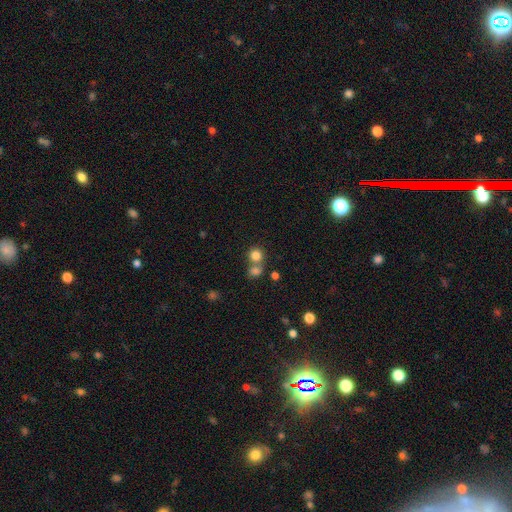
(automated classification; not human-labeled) Smooth or featured?
  - smooth: 81% *
  - star or artifact: 12%
  - featured or disk: 7%
How rounded?
  - round: 88% *
  - in between: 11%
  - cigar-shaped: 1%
Merging?
  - none: 53% *
  - merger: 36%
  - minor disturbance: 7%
  - major disturbance: 3%